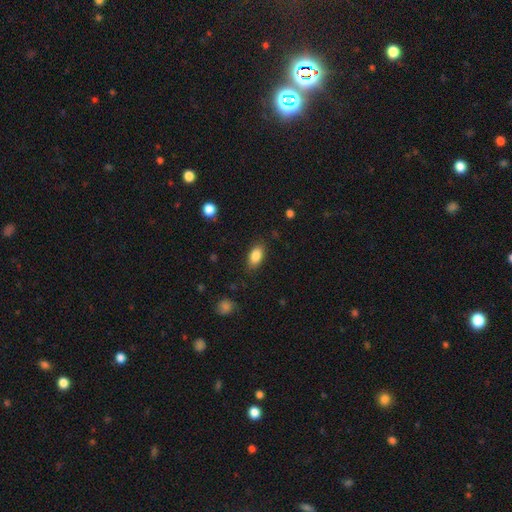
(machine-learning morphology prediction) type=smooth (86%); roundness=in between (90%); merging=none (85%).